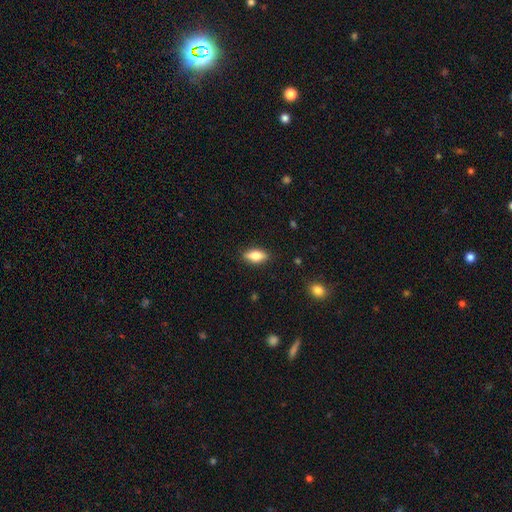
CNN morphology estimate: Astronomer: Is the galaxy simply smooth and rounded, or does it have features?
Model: smooth — 74%.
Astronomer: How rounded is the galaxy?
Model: in between — 82%.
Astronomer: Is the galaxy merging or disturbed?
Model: none — 87%.